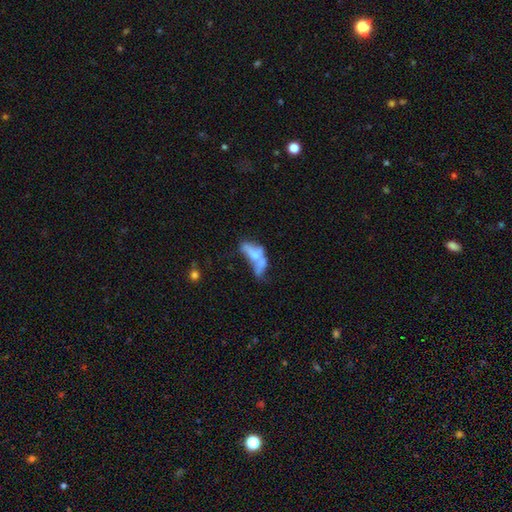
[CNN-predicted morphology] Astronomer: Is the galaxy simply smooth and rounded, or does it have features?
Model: featured or disk — 45% (runner-up: smooth, 44%).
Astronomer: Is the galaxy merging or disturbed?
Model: merger — 52%.